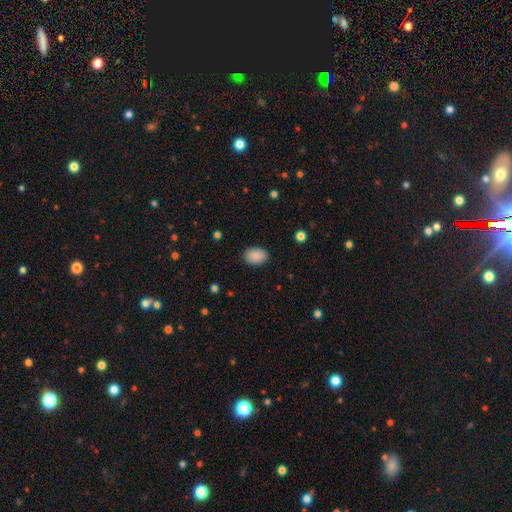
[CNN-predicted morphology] A smooth galaxy with no disk features (90%) that is in between round and cigar-shaped (85%).

Vote fractions:
- Smooth or featured? smooth: 90% / star or artifact: 7% / featured or disk: 3%
- How rounded? in between: 85% / round: 14% / cigar-shaped: 1%
- Merging? none: 88% / minor disturbance: 9% / major disturbance: 2% / merger: 1%